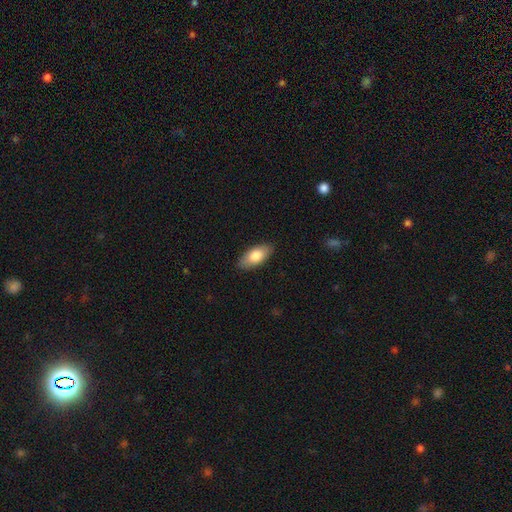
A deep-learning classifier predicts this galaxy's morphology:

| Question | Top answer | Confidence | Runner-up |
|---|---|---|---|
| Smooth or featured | smooth | 80% | featured or disk (14%) |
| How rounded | in between | 91% | cigar-shaped (7%) |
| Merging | none | 87% | minor disturbance (10%) |